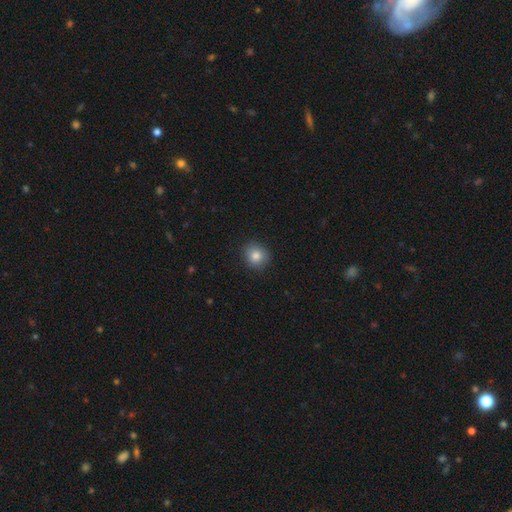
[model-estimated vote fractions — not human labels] Smooth or featured?
  - smooth: 82% *
  - star or artifact: 10%
  - featured or disk: 8%
How rounded?
  - round: 81% *
  - in between: 18%
  - cigar-shaped: 1%
Merging?
  - none: 88% *
  - minor disturbance: 9%
  - major disturbance: 2%
  - merger: 1%